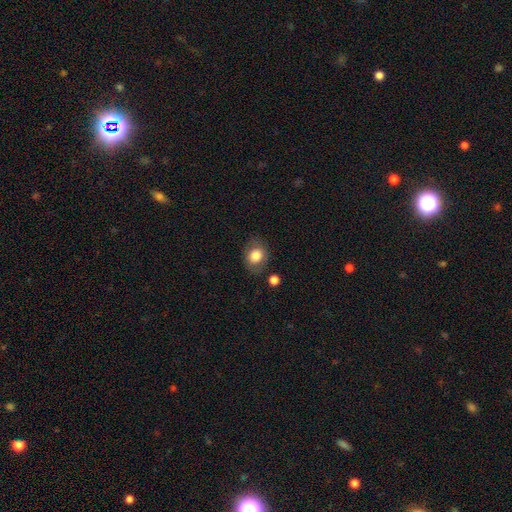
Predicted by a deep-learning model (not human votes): Smooth or featured?
  - smooth: 81% *
  - featured or disk: 11%
  - star or artifact: 8%
How rounded?
  - round: 52% *
  - in between: 47%
  - cigar-shaped: 1%
Merging?
  - none: 76% *
  - minor disturbance: 16%
  - major disturbance: 5%
  - merger: 4%